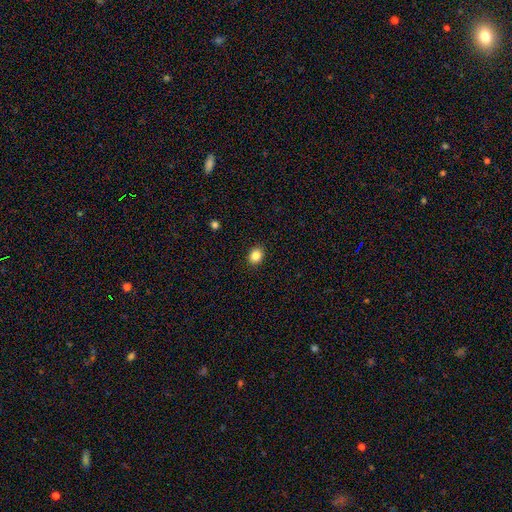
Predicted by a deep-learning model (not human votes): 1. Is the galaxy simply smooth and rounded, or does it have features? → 85% smooth, 10% star or artifact, 4% featured or disk.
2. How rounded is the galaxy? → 58% round, 41% in between, 1% cigar-shaped.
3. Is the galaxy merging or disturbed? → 91% none, 6% minor disturbance, 2% major disturbance, 1% merger.